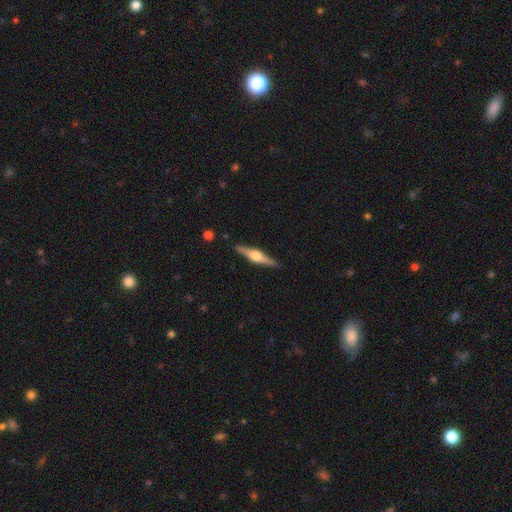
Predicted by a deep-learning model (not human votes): featured or disk 77%, smooth 18%, star or artifact 5%. Down the decision tree: edge-on disk — yes (98%); edge-on bulge — rounded (93%); merging — none (90%).